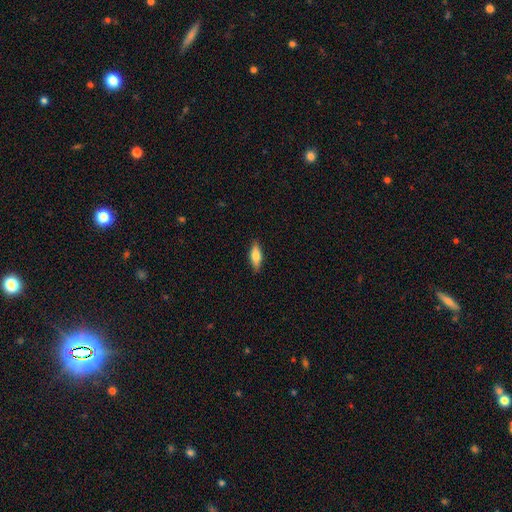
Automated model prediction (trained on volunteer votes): smooth_or_featured: smooth (p=0.72) [alt: featured or disk p=0.22]
how_rounded: in between (p=0.68) [alt: cigar-shaped p=0.29]
merging: none (p=0.87) [alt: minor disturbance p=0.10]